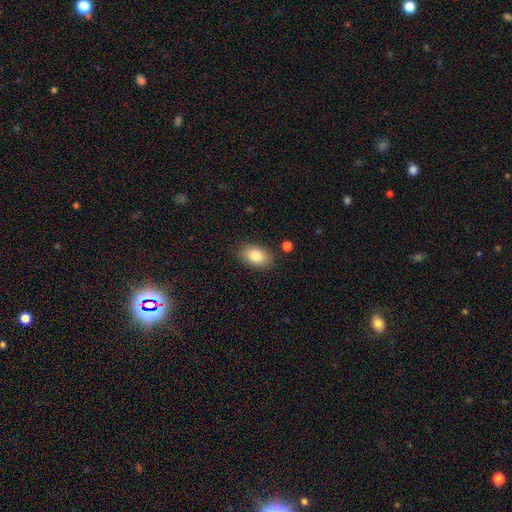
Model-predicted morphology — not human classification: Smooth or featured?
  - smooth: 84% *
  - featured or disk: 8%
  - star or artifact: 7%
How rounded?
  - in between: 88% *
  - round: 10%
  - cigar-shaped: 1%
Merging?
  - none: 84% *
  - minor disturbance: 11%
  - major disturbance: 3%
  - merger: 2%